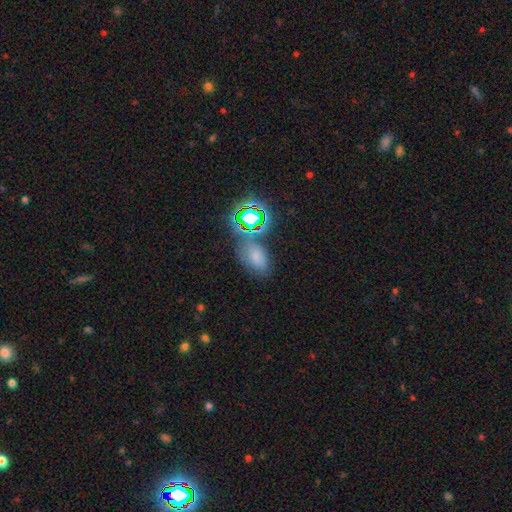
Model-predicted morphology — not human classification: Smooth or featured? Predicted: smooth (p=0.59). How rounded? Predicted: in between (p=0.86). Merging? Predicted: none (p=0.61).